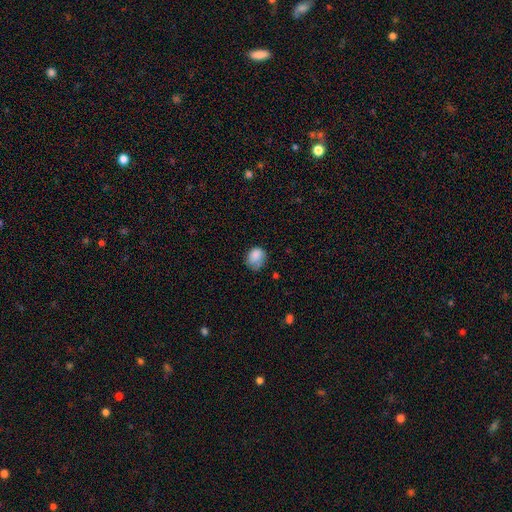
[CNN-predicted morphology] Smooth or featured: smooth — 83% (featured or disk — 9%)
How rounded: round — 59% (in between — 40%)
Merging: none — 51% (minor disturbance — 33%)